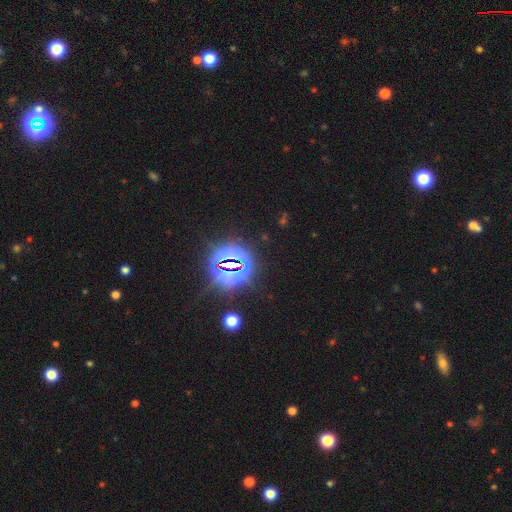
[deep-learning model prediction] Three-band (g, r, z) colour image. It shows a star or artifact, not a galaxy (84%).